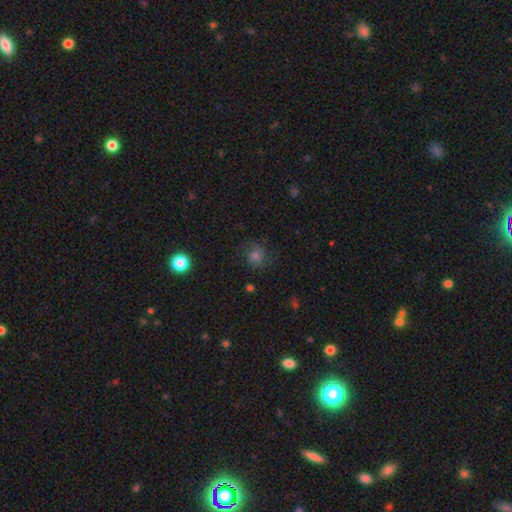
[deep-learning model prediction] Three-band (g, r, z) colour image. It shows a smooth galaxy with no disk features (54%) that is round (81%). Merging: none (72%).